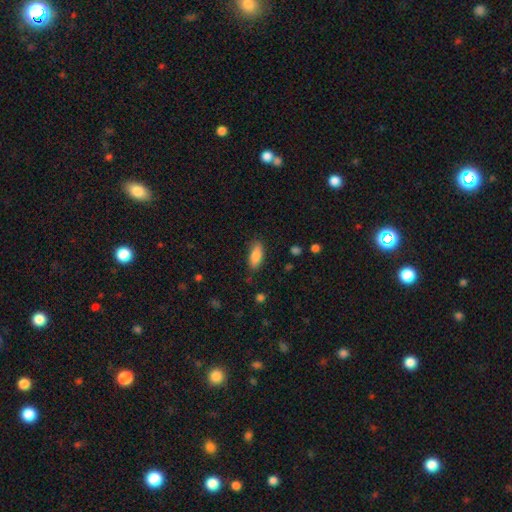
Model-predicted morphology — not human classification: Overall: smooth (85%). How rounded: in between (78%). Merging: none (83%).